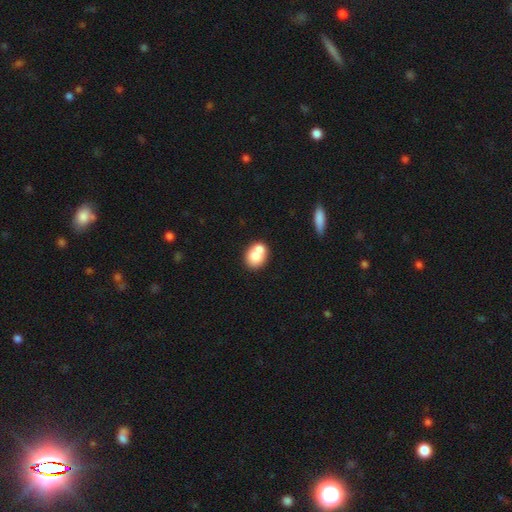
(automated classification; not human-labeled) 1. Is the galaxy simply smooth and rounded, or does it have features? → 73% smooth, 19% featured or disk, 8% star or artifact.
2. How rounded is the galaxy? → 56% round, 43% in between, 1% cigar-shaped.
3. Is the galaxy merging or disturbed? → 48% merger, 39% none, 10% minor disturbance, 4% major disturbance.